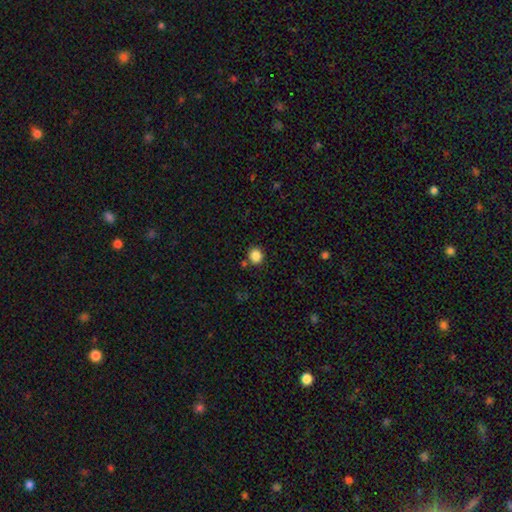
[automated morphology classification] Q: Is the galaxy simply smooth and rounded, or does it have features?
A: smooth — 86%.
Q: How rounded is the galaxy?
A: round — 83%.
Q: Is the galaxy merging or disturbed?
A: none — 82%.